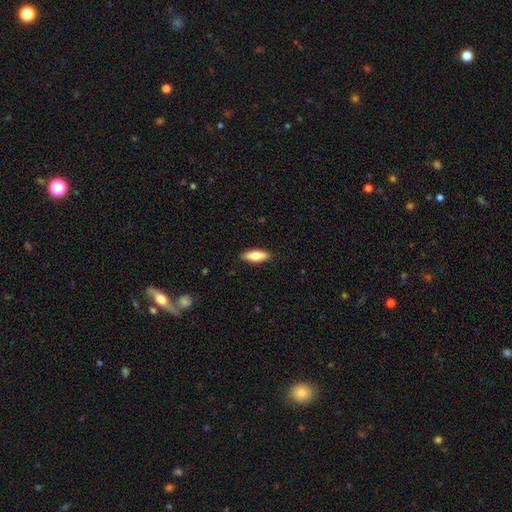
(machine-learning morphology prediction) A smooth galaxy with no disk features (75%) that is in between round and cigar-shaped (69%). Merging: none (89%).